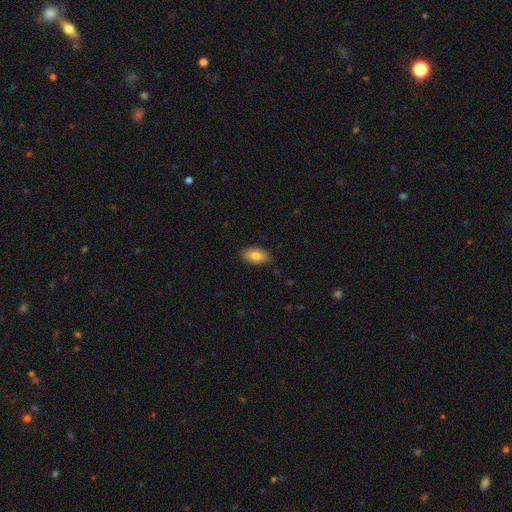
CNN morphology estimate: Smooth or featured?
  - smooth: 82% *
  - featured or disk: 11%
  - star or artifact: 7%
How rounded?
  - in between: 92% *
  - round: 6%
  - cigar-shaped: 2%
Merging?
  - none: 85% *
  - minor disturbance: 12%
  - major disturbance: 2%
  - merger: 1%